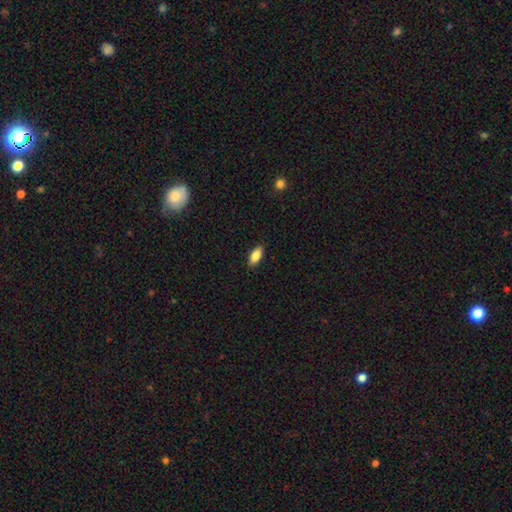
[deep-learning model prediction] smooth_or_featured: smooth (p=0.85) [alt: featured or disk p=0.08]
how_rounded: in between (p=0.86) [alt: cigar-shaped p=0.12]
merging: none (p=0.88) [alt: minor disturbance p=0.09]